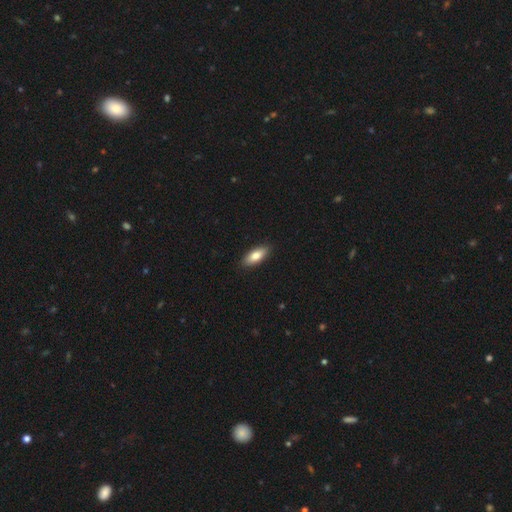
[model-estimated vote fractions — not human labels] Morphology: type=smooth (81%); roundness=in between (77%); merging=none (90%).